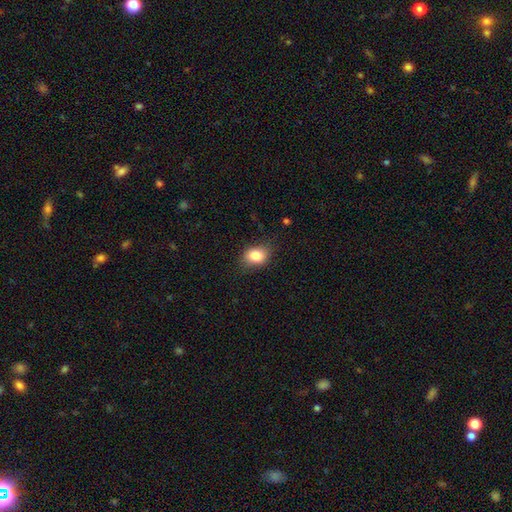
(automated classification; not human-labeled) Smooth or featured? Predicted: smooth (p=0.84). How rounded? Predicted: in between (p=0.62). Merging? Predicted: none (p=0.77).